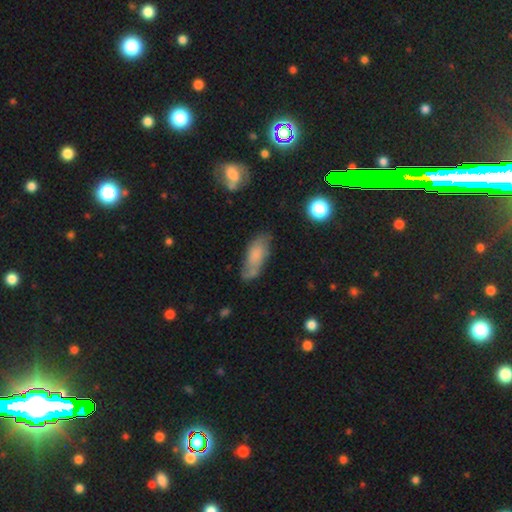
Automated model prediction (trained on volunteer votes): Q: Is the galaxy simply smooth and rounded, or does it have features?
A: smooth — 62%.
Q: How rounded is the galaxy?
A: in between — 75%.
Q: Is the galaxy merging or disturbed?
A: none — 57%.